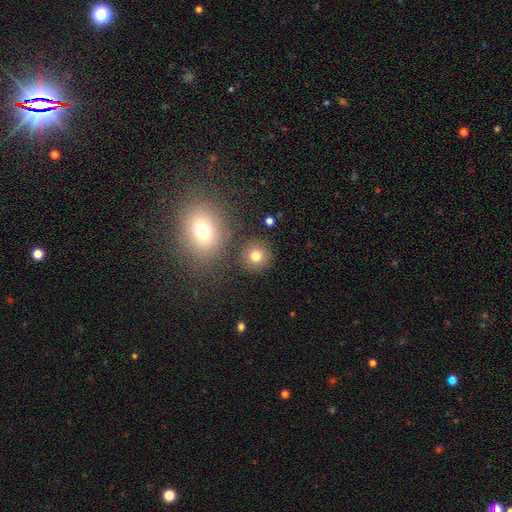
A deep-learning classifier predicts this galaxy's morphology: The model was most divided on "smooth or featured": smooth: 78%, star or artifact: 13%, featured or disk: 9%. More confident: how rounded — round (91%); merging — none (84%).